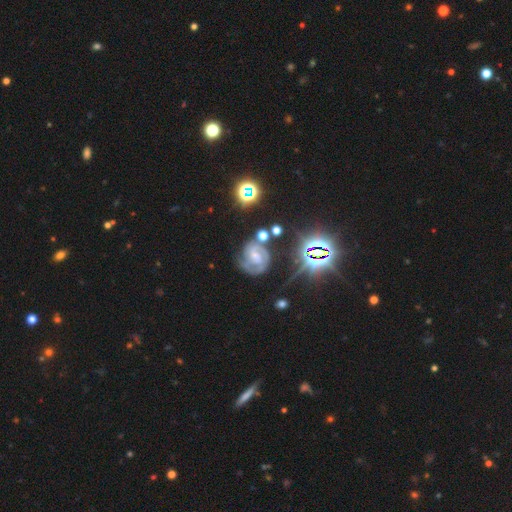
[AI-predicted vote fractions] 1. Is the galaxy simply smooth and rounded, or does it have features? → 76% featured or disk, 13% star or artifact, 11% smooth.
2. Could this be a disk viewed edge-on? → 98% no, 2% yes.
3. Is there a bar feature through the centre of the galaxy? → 46% weak, 38% no, 16% strong.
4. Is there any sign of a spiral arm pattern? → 93% yes, 7% no.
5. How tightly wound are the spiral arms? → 52% tight, 39% medium, 8% loose.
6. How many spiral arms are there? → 62% 2, 17% can't tell, 12% 3, 4% 1, 3% 4, 3% more than 4.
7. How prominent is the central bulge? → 54% small, 29% moderate, 12% none, 3% large, 1% dominant.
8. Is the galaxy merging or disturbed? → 61% none, 20% minor disturbance, 12% major disturbance, 6% merger.